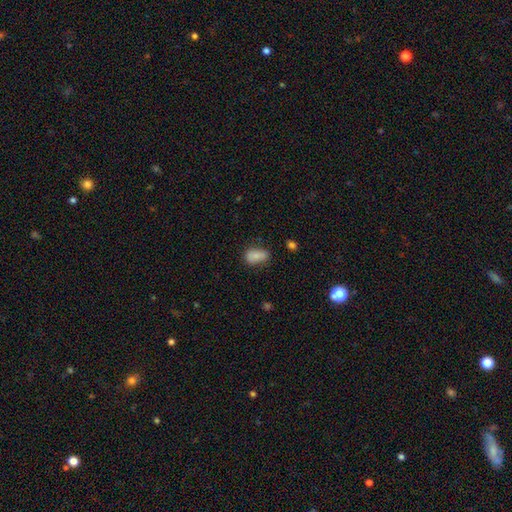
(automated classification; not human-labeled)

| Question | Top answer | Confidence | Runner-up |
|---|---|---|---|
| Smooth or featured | smooth | 82% | featured or disk (10%) |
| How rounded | in between | 89% | round (8%) |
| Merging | none | 66% | minor disturbance (25%) |